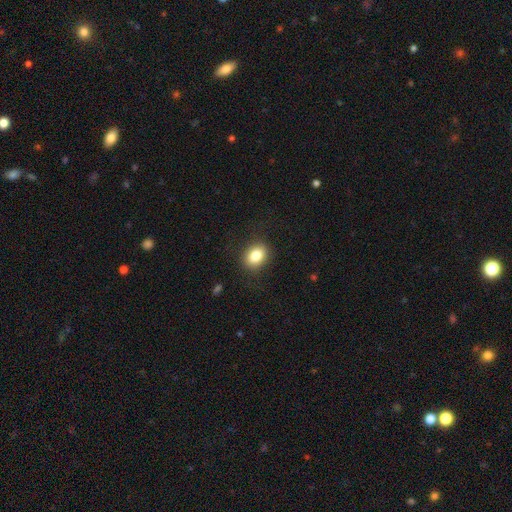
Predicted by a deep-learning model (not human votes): The model was most divided on "how rounded": in between: 60%, round: 39%, cigar-shaped: 1%. More confident: merging — none (86%); smooth or featured — smooth (83%).